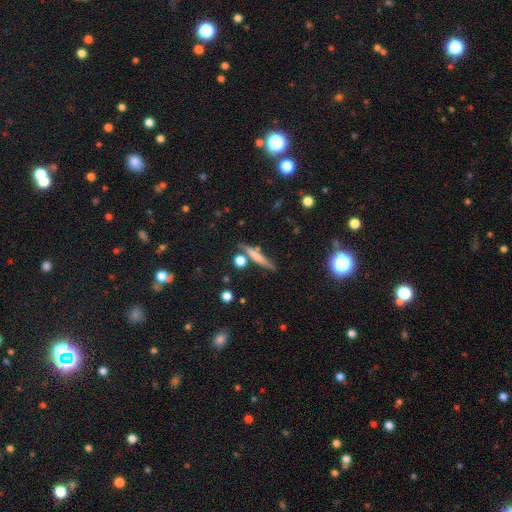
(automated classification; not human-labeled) This is possibly a smooth galaxy (60%). How rounded: clearly cigar-shaped (89%). Merging: likely none (74%).